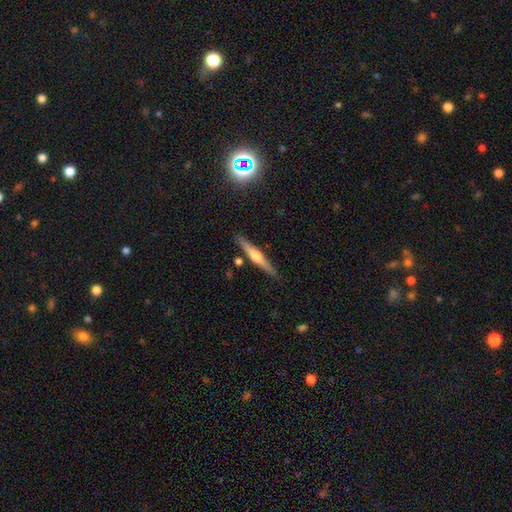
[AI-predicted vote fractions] This appears to be a featured or disk galaxy (60%) viewed edge-on (97%) with a rounded central bulge (87%). Merging: none (86%).